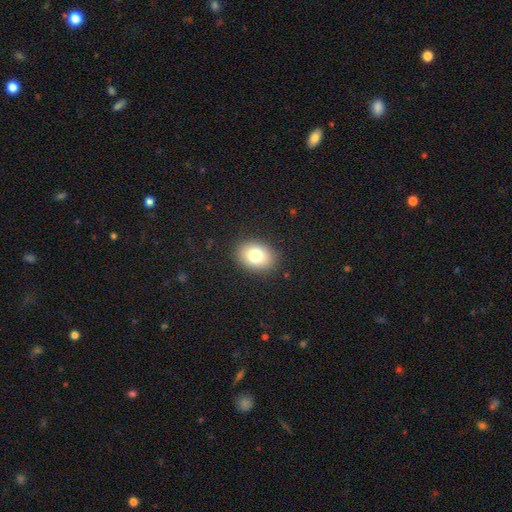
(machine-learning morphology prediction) smooth 79%, featured or disk 11%, star or artifact 10%. Down the decision tree: how rounded — in between (65%); merging — none (88%).